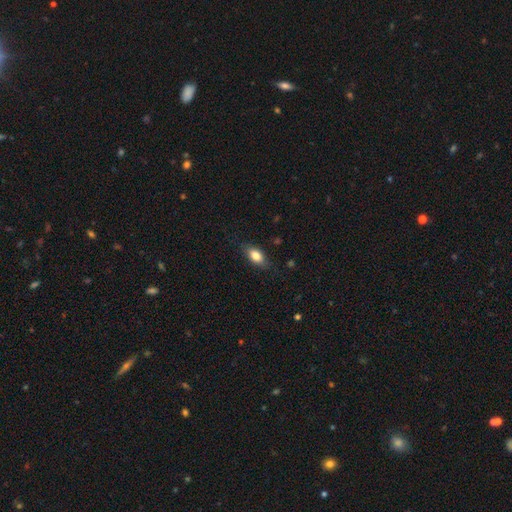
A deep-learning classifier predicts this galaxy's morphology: smooth-or-featured: smooth: 79% | featured or disk: 13% | star or artifact: 8%
  how-rounded: in between: 83% | cigar-shaped: 11% | round: 7%
  merging: none: 80% | minor disturbance: 15% | major disturbance: 3% | merger: 1%